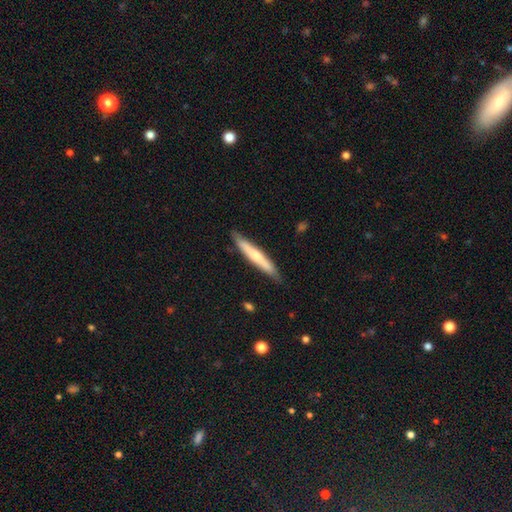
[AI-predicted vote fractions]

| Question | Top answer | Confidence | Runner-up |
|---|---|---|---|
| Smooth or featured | smooth | 57% | featured or disk (38%) |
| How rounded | cigar-shaped | 94% | in between (5%) |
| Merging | none | 86% | minor disturbance (11%) |